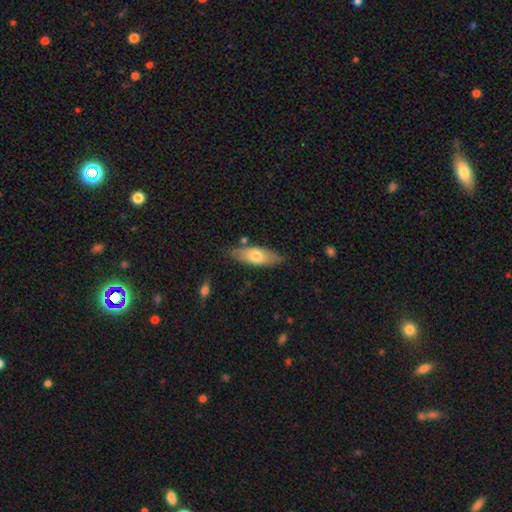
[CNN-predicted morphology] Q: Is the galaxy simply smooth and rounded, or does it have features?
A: smooth — 63%.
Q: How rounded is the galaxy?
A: in between — 66%.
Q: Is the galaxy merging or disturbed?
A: none — 78%.